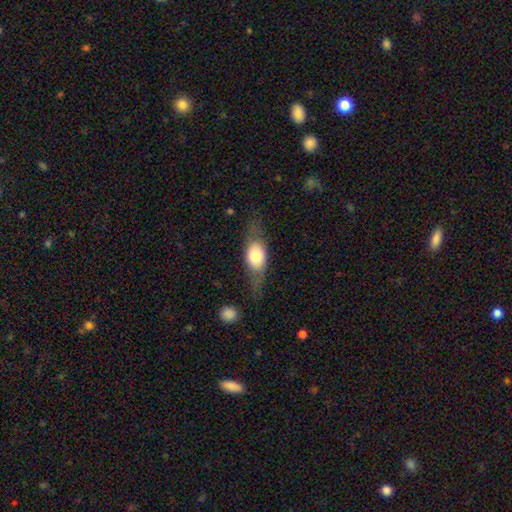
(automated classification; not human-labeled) Smooth or featured? Predicted: smooth (p=0.54). How rounded? Predicted: in between (p=0.67). Merging? Predicted: none (p=0.64).